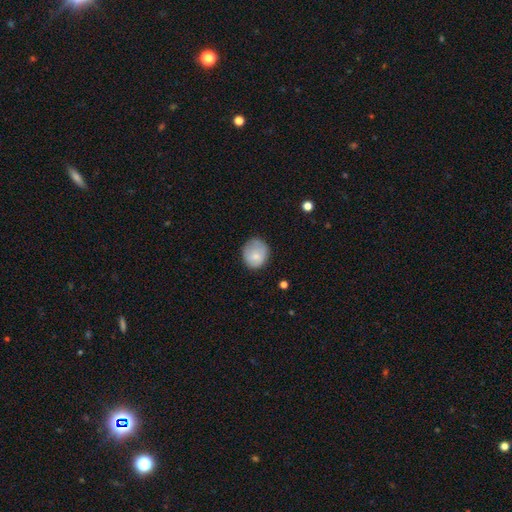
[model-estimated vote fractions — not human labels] Morphology: type=smooth (76%); roundness=round (72%); merging=none (67%).